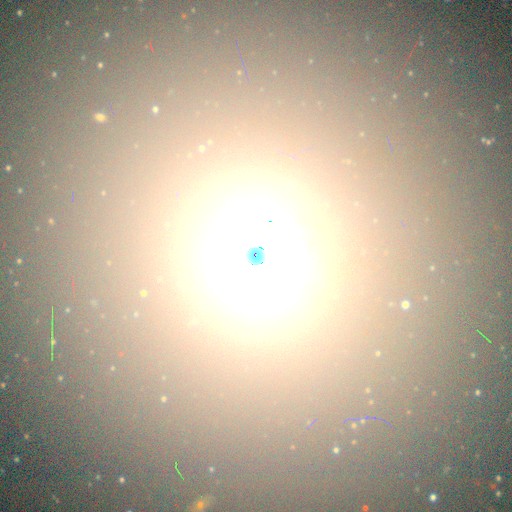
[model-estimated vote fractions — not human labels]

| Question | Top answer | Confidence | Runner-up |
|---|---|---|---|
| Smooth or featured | smooth | 45% | star or artifact (32%) |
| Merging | none | 85% | minor disturbance (8%) |